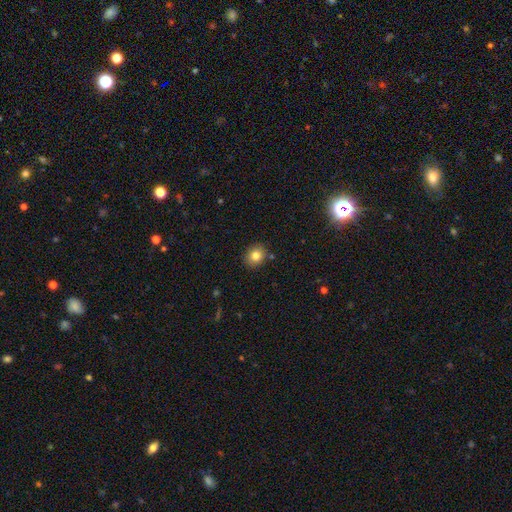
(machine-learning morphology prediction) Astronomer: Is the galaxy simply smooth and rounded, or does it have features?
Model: smooth — 82%.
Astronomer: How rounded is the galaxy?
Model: round — 65%.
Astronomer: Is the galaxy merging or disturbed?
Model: none — 87%.